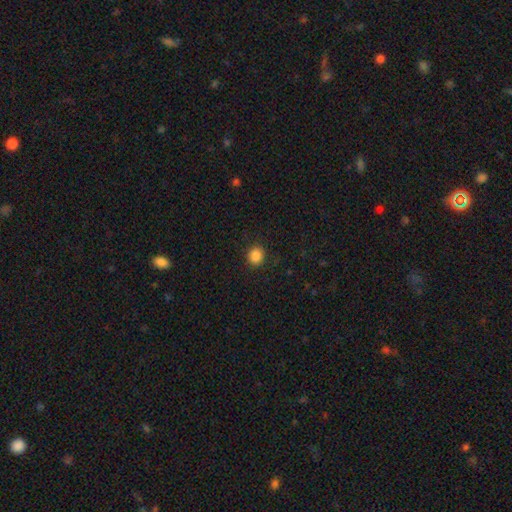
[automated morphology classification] smooth_or_featured: smooth (p=0.86) [alt: star or artifact p=0.11]
how_rounded: round (p=0.81) [alt: in between p=0.18]
merging: none (p=0.90) [alt: minor disturbance p=0.06]